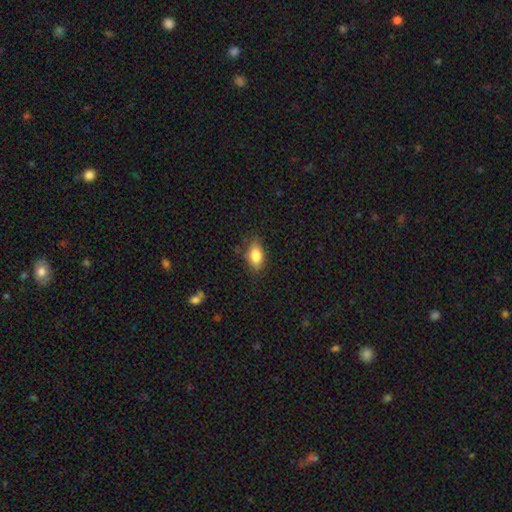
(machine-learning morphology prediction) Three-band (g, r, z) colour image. It shows a smooth galaxy with no disk features (83%) that is in between round and cigar-shaped (88%). Merging: none (79%).